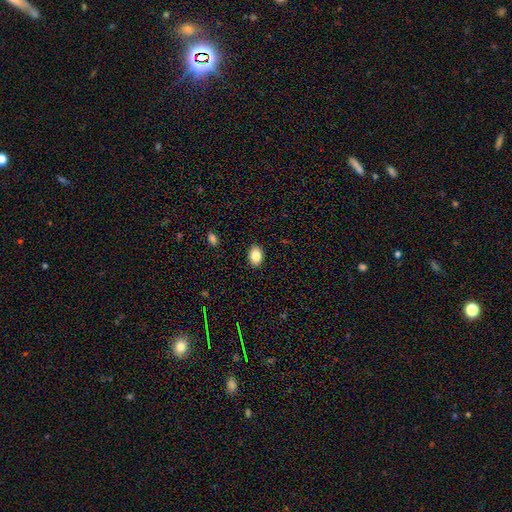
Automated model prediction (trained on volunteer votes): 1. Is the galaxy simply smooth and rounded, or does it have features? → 87% smooth, 8% star or artifact, 5% featured or disk.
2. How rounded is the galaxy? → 80% in between, 19% round, 1% cigar-shaped.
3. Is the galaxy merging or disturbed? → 90% none, 7% minor disturbance, 2% major disturbance, 1% merger.